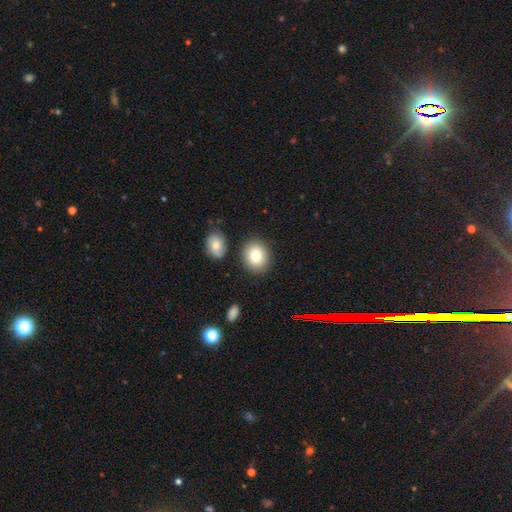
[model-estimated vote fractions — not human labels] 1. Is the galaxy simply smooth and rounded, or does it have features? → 81% smooth, 10% featured or disk, 9% star or artifact.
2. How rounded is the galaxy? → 62% round, 37% in between, 1% cigar-shaped.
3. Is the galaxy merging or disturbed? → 83% none, 9% minor disturbance, 6% merger, 2% major disturbance.